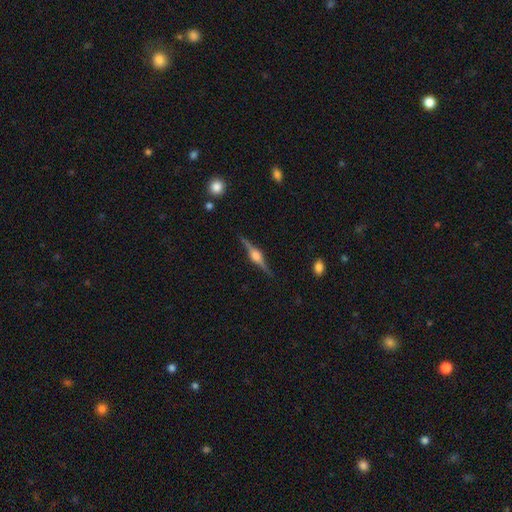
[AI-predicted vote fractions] smooth_or_featured: featured or disk (p=0.87) [alt: smooth p=0.08]
disk_edge_on: yes (p=0.98) [alt: no p=0.02]
edge_on_bulge: rounded (p=0.90) [alt: boxy p=0.08]
merging: none (p=0.89) [alt: minor disturbance p=0.08]